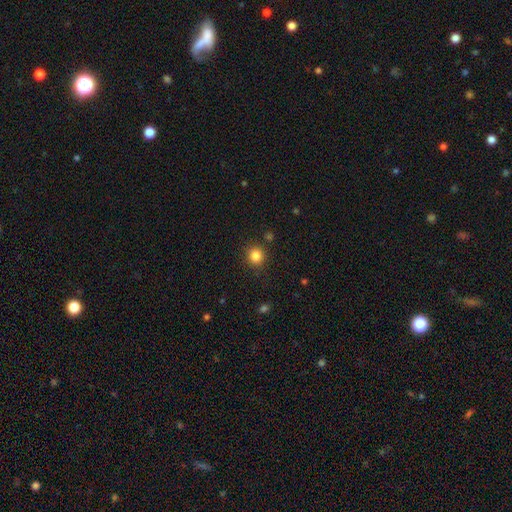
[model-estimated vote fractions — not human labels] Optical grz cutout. It shows a smooth galaxy with no disk features (84%) that is round (90%). Merging: none (88%).